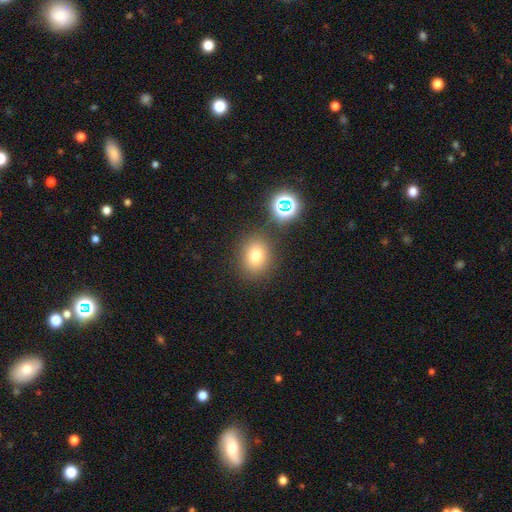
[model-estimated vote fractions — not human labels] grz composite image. It shows a smooth galaxy with no disk features (75%) that is round (66%). Merging: none (80%).